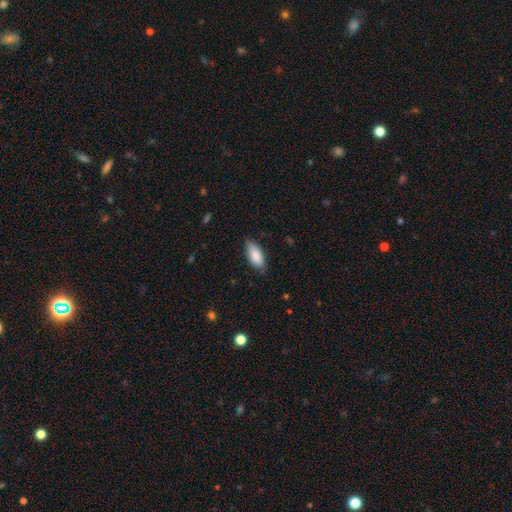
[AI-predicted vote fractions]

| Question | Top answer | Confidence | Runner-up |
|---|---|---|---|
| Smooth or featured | smooth | 87% | featured or disk (8%) |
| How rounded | in between | 86% | cigar-shaped (12%) |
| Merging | none | 79% | minor disturbance (18%) |